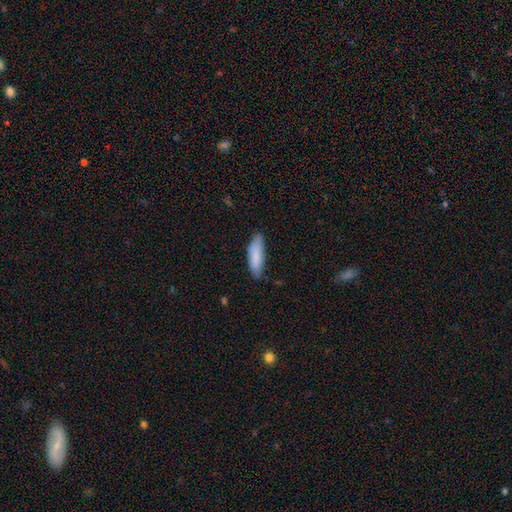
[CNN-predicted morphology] This is clearly a smooth galaxy (84%). How rounded: possibly cigar-shaped (51%). Merging: likely none (75%).